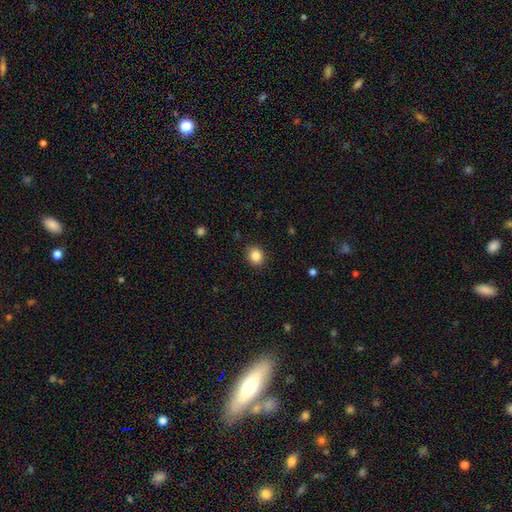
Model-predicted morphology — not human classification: Smooth or featured? smooth (86%)
How rounded? round (77%)
Merging? none (90%)